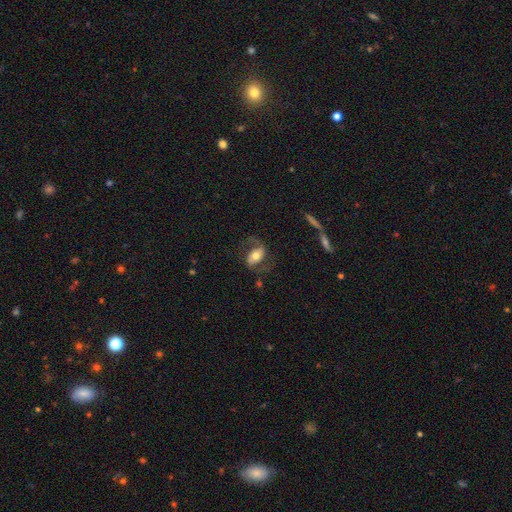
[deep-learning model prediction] This appears to be a featured or disk galaxy (66%) with no bar (37%), 2 (89%) loose (48%) spiral arms (86%) and a moderate central bulge (65%). Merging: none (64%).